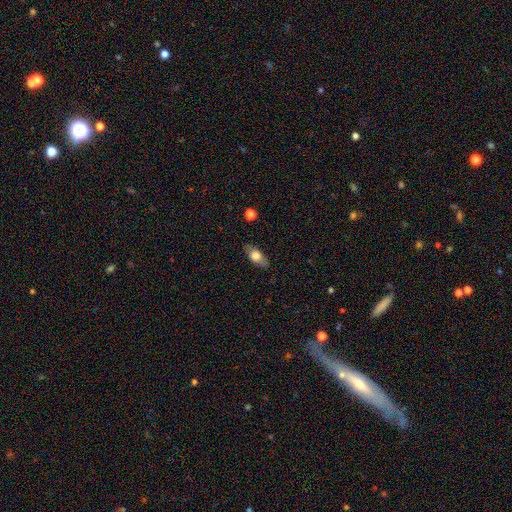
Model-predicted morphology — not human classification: Smooth or featured?
  - smooth: 66% *
  - featured or disk: 27%
  - star or artifact: 7%
How rounded?
  - in between: 84% *
  - cigar-shaped: 9%
  - round: 7%
Merging?
  - none: 81% *
  - minor disturbance: 15%
  - major disturbance: 4%
  - merger: 1%